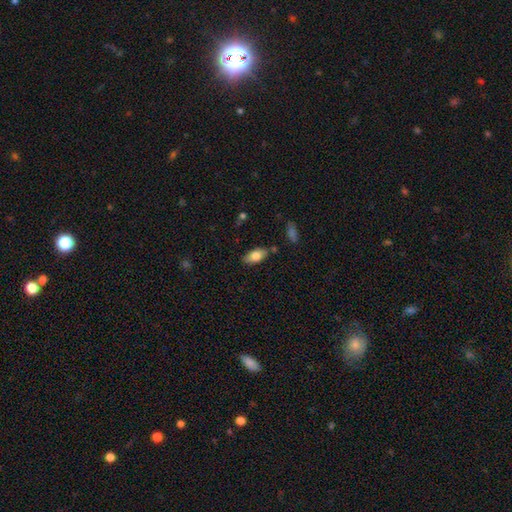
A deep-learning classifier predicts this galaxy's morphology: Q: Smooth or featured?
A: smooth (77%); runner-up: featured or disk (16%)
Q: How rounded?
A: in between (91%); runner-up: cigar-shaped (6%)
Q: Merging?
A: none (80%); runner-up: minor disturbance (14%)